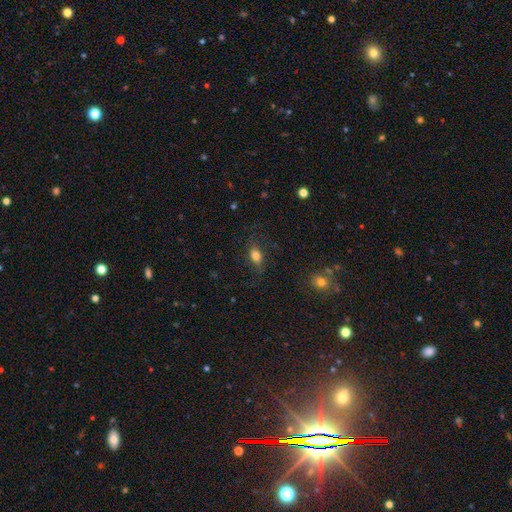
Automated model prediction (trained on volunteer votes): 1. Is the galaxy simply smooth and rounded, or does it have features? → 75% smooth, 14% featured or disk, 11% star or artifact.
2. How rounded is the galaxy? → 82% in between, 10% round, 8% cigar-shaped.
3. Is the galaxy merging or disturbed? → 75% none, 16% minor disturbance, 8% major disturbance, 1% merger.